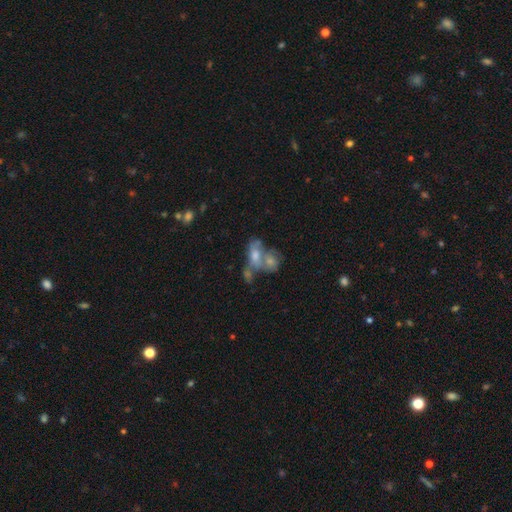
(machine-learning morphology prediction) Smooth or featured: featured or disk — 42% (smooth — 41%)
Merging: merger — 57% (none — 24%)